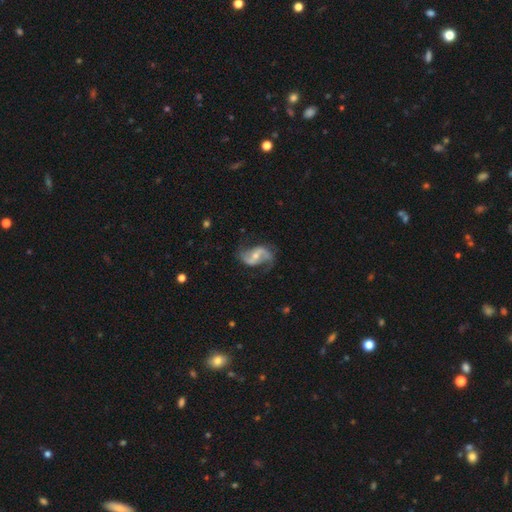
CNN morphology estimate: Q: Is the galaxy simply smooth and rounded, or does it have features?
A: featured or disk — 87%.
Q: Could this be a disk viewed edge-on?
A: no — 97%.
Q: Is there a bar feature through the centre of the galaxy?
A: weak — 43%.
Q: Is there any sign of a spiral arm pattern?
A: yes — 96%.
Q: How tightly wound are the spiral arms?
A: loose — 56%.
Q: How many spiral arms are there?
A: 2 — 92%.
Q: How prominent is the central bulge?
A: moderate — 48%.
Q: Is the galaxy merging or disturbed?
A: none — 73%.